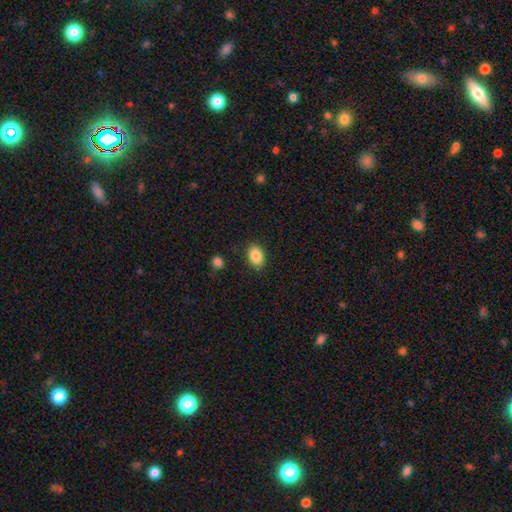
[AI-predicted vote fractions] Q: Smooth or featured?
A: smooth (87%); runner-up: star or artifact (8%)
Q: How rounded?
A: in between (86%); runner-up: round (12%)
Q: Merging?
A: none (86%); runner-up: minor disturbance (10%)